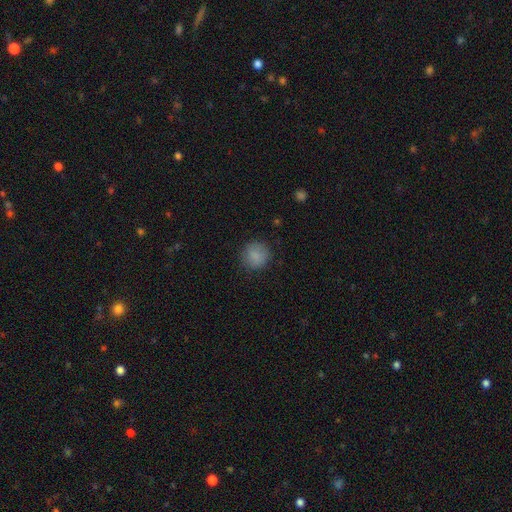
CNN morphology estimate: Q: Smooth or featured?
A: smooth (86%); runner-up: star or artifact (9%)
Q: How rounded?
A: round (92%); runner-up: in between (7%)
Q: Merging?
A: none (85%); runner-up: minor disturbance (11%)